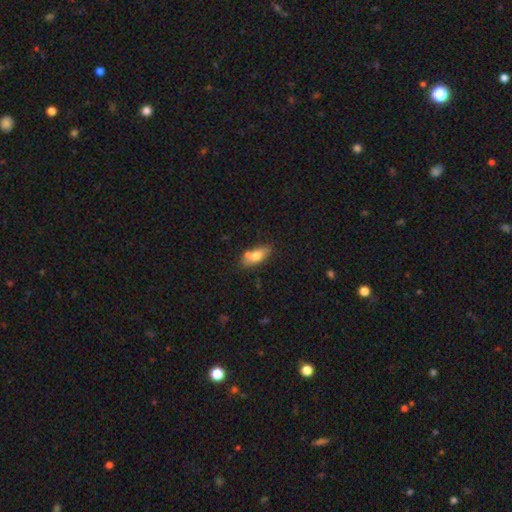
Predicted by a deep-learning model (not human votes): The model was most divided on "merging": none: 62%, merger: 19%, minor disturbance: 15%, major disturbance: 4%. More confident: how rounded — in between (78%); smooth or featured — smooth (68%).